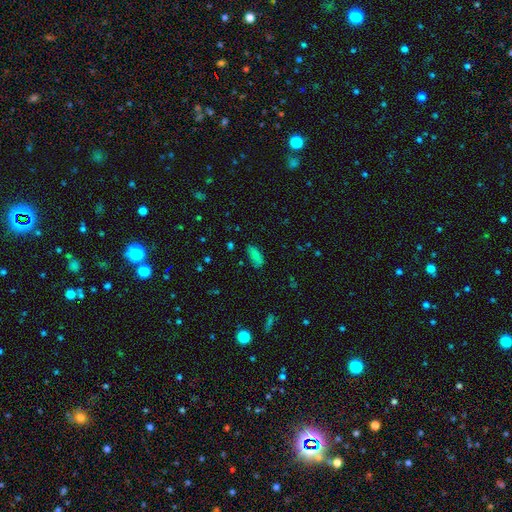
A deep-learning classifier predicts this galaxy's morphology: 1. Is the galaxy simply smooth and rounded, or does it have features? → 81% smooth, 12% star or artifact, 7% featured or disk.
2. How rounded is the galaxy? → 76% in between, 21% cigar-shaped, 3% round.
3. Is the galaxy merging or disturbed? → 70% none, 22% minor disturbance, 6% major disturbance, 3% merger.